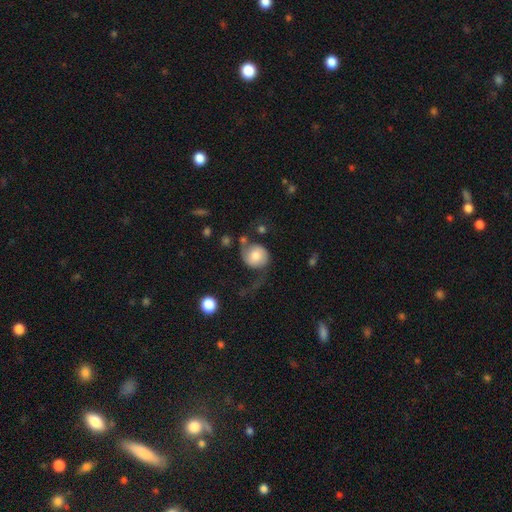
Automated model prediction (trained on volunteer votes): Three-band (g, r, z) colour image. It shows a smooth galaxy with no disk features (49%). Merging: none (43%).